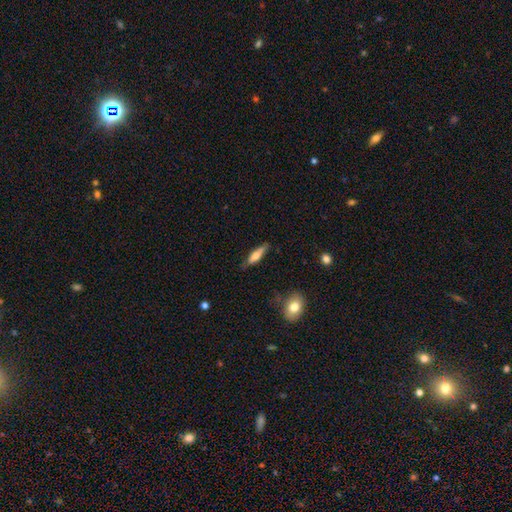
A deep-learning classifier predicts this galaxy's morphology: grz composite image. It shows a smooth galaxy with no disk features (58%) that is cigar-shaped (67%). Merging: none (76%).